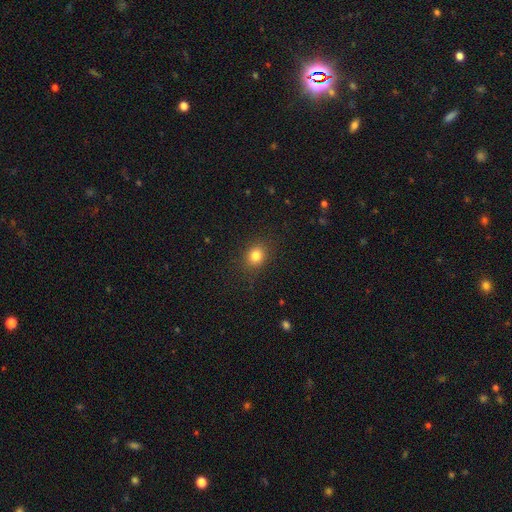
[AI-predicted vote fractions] smooth_or_featured: smooth (p=0.82) [alt: star or artifact p=0.12]
how_rounded: round (p=0.65) [alt: in between p=0.34]
merging: none (p=0.87) [alt: minor disturbance p=0.09]